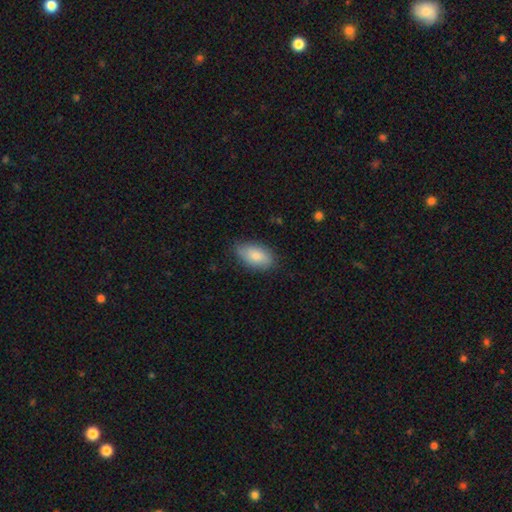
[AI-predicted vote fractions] Smooth or featured? smooth (83%)
How rounded? in between (93%)
Merging? none (77%)